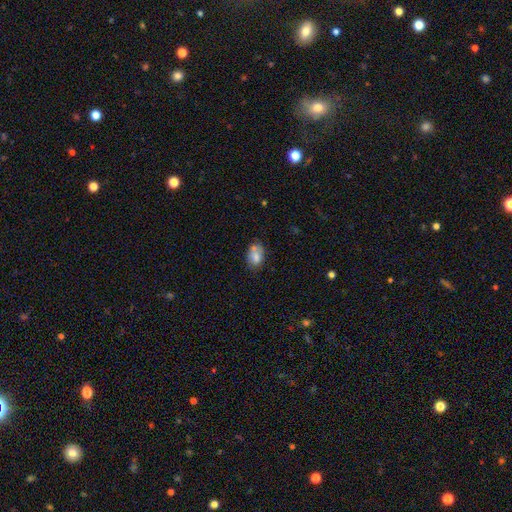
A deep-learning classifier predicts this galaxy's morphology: A smooth galaxy with no disk features (76%) that is in between round and cigar-shaped (80%).

Vote fractions:
- Smooth or featured? smooth: 76% / featured or disk: 15% / star or artifact: 9%
- How rounded? in between: 80% / round: 19% / cigar-shaped: 1%
- Merging? none: 51% / minor disturbance: 22% / merger: 21% / major disturbance: 7%